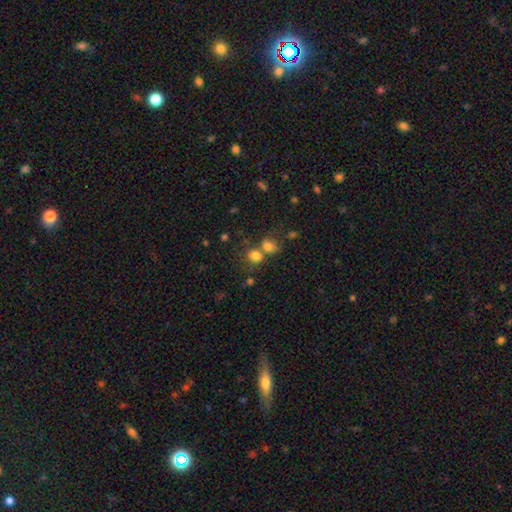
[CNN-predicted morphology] smooth_or_featured: smooth (p=0.78) [alt: star or artifact p=0.13]
how_rounded: round (p=0.60) [alt: in between p=0.39]
merging: none (p=0.43) [alt: merger p=0.42]